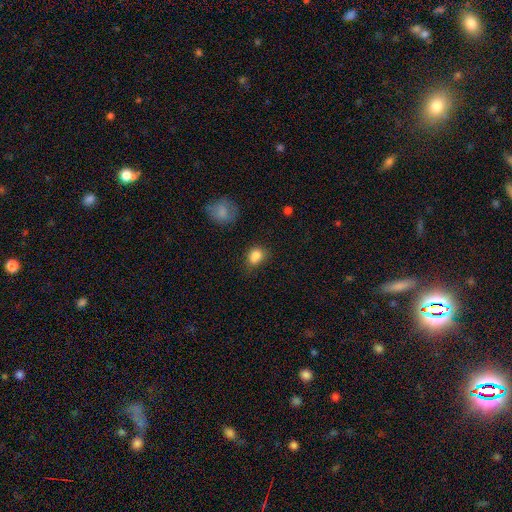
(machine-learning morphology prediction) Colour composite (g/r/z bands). It shows a smooth galaxy with no disk features (83%) that is in between round and cigar-shaped (53%). Merging: none (56%).